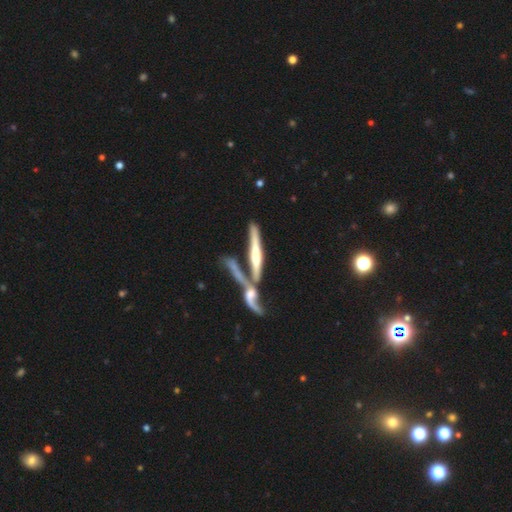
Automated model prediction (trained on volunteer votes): Q: Smooth or featured?
A: featured or disk (65%); runner-up: smooth (28%)
Q: Edge-on disk?
A: yes (86%); runner-up: no (14%)
Q: Edge-on bulge?
A: rounded (63%); runner-up: none (22%)
Q: Merging?
A: merger (49%); runner-up: none (34%)